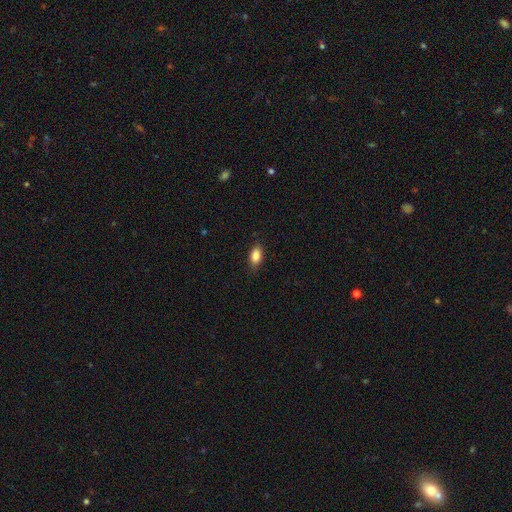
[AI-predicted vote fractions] The model was most divided on "merging": none: 84%, minor disturbance: 13%, major disturbance: 3%, merger: 1%. More confident: how rounded — in between (88%); smooth or featured — smooth (86%).